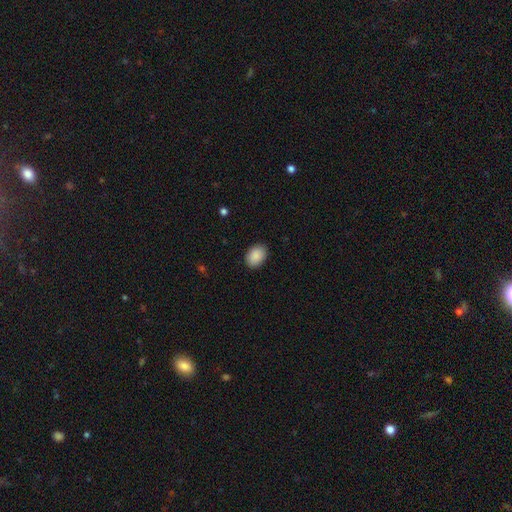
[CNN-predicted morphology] Smooth or featured: smooth — 89% (star or artifact — 7%)
How rounded: in between — 78% (round — 21%)
Merging: none — 88% (minor disturbance — 9%)